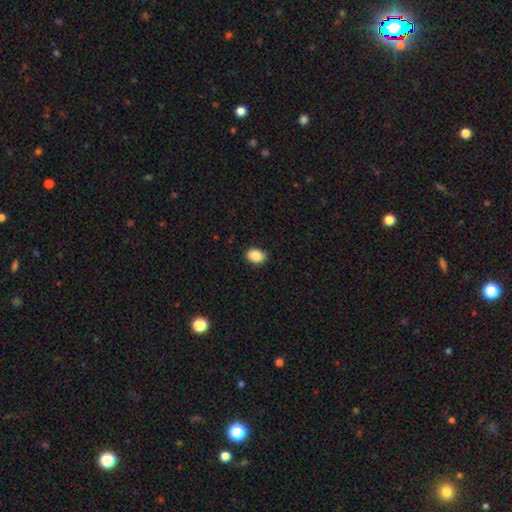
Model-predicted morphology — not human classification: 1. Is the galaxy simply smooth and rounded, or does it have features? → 88% smooth, 8% star or artifact, 4% featured or disk.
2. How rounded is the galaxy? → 73% in between, 26% round, 1% cigar-shaped.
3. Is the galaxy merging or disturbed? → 87% none, 10% minor disturbance, 2% major disturbance, 1% merger.